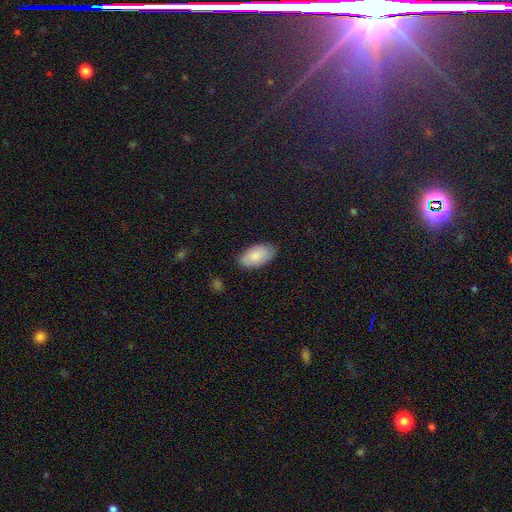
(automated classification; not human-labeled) Smooth or featured? smooth (84%)
How rounded? in between (95%)
Merging? none (80%)